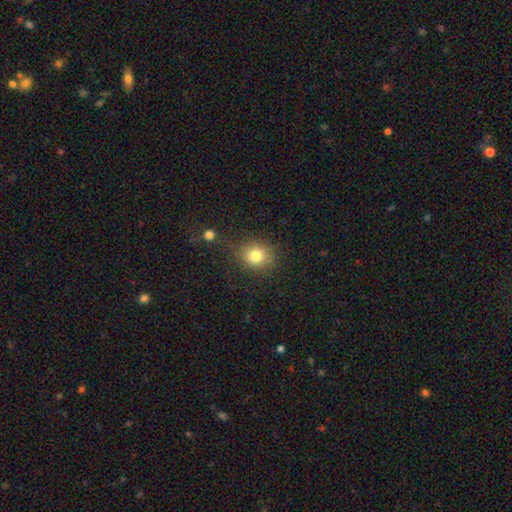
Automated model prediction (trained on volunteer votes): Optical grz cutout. It shows a smooth galaxy with no disk features (80%) that is round (76%). Merging: none (78%).